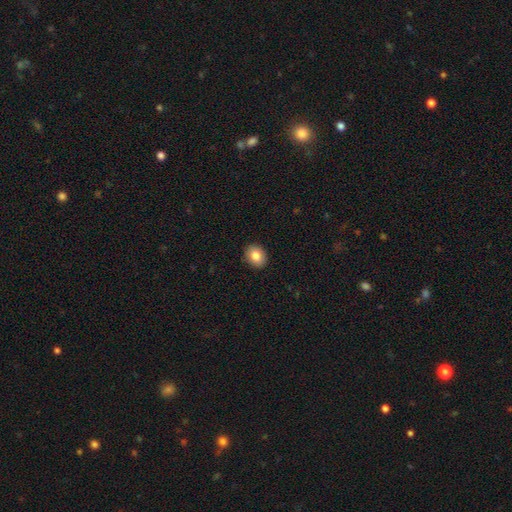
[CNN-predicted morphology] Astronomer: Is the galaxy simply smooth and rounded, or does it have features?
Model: smooth — 83%.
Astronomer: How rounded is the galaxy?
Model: round — 53% (runner-up: in between, 46%).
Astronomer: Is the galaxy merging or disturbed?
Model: none — 91%.